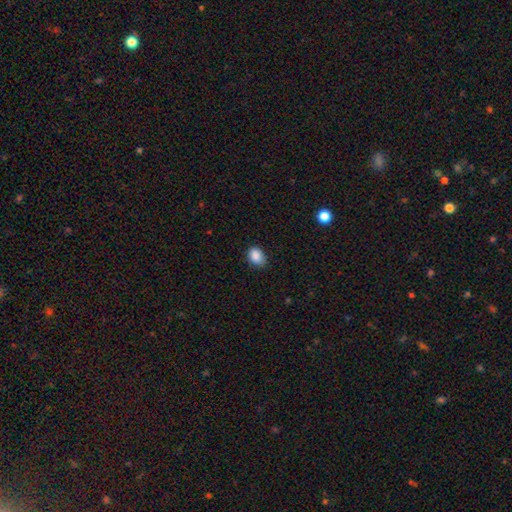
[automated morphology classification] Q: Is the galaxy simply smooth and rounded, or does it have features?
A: smooth — 88%.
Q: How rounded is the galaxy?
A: in between — 70%.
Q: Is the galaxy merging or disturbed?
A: none — 74%.